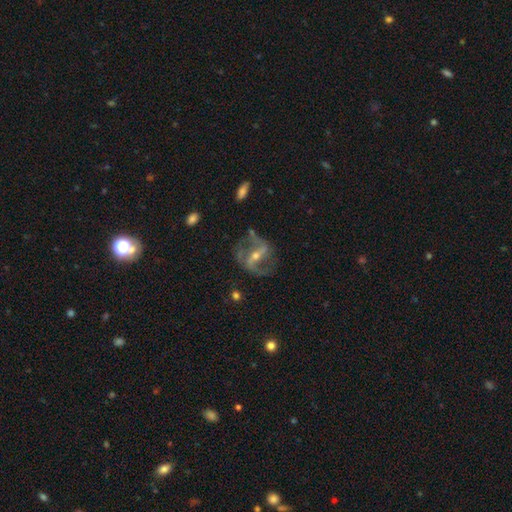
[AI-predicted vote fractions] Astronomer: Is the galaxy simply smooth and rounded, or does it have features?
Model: featured or disk — 85%.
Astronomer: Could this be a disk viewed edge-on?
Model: no — 94%.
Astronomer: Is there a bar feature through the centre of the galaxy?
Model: strong — 60%.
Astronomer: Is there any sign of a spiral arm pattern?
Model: yes — 90%.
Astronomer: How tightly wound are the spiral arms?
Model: medium — 44% (runner-up: loose, 41%).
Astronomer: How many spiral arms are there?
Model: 2 — 86%.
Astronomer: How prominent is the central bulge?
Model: small — 51% (runner-up: moderate, 45%).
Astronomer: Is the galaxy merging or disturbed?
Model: none — 68%.